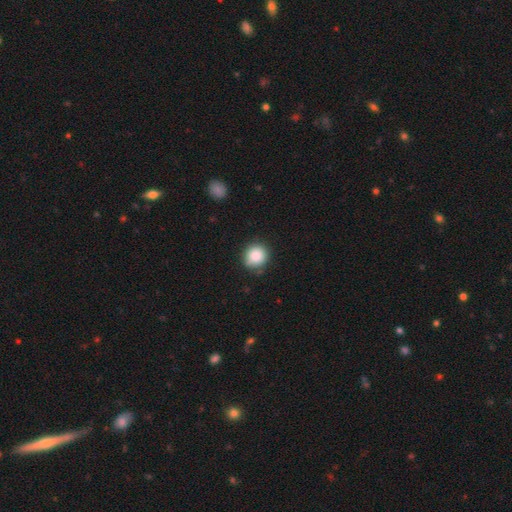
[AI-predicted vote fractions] Smooth or featured? smooth (87%)
How rounded? round (90%)
Merging? none (84%)